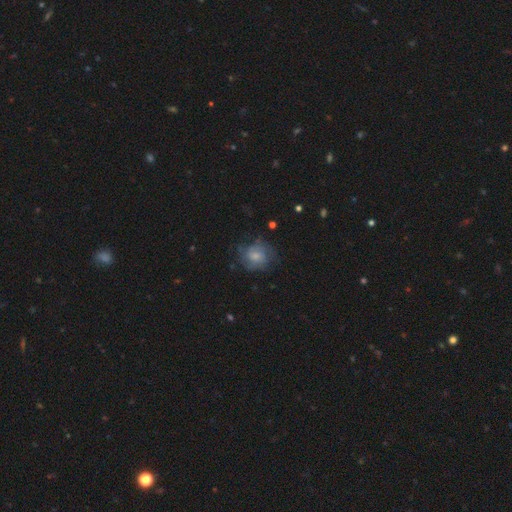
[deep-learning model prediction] The model was most divided on "smooth or featured": smooth: 50%, featured or disk: 41%, star or artifact: 9%. More confident: merging — none (58%).